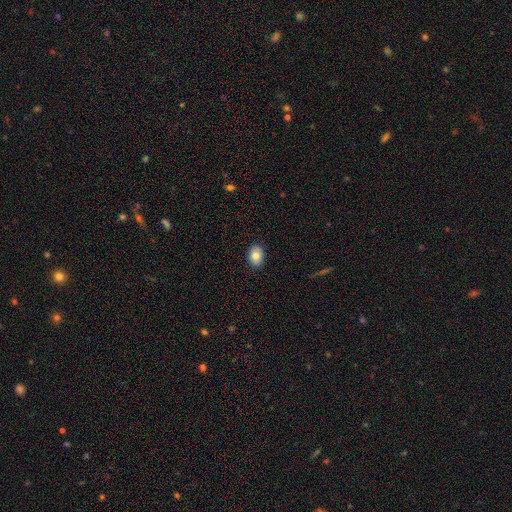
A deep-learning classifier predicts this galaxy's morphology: Q: Smooth or featured?
A: smooth (80%); runner-up: featured or disk (12%)
Q: How rounded?
A: in between (78%); runner-up: round (21%)
Q: Merging?
A: none (88%); runner-up: minor disturbance (9%)